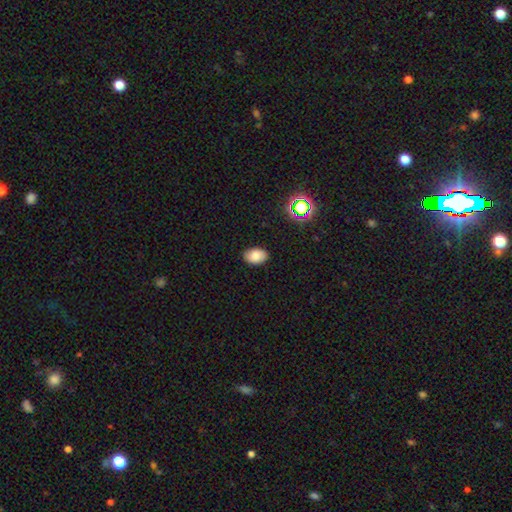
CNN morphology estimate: type=smooth (83%); roundness=in between (87%); merging=none (87%).